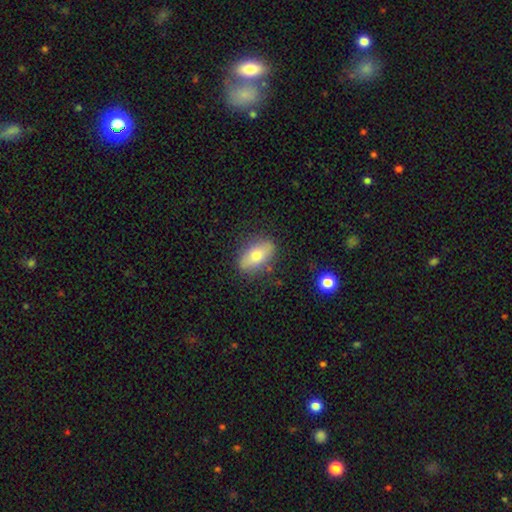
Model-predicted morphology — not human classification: Overall: smooth (68%). How rounded: in between (86%). Merging: none (84%).